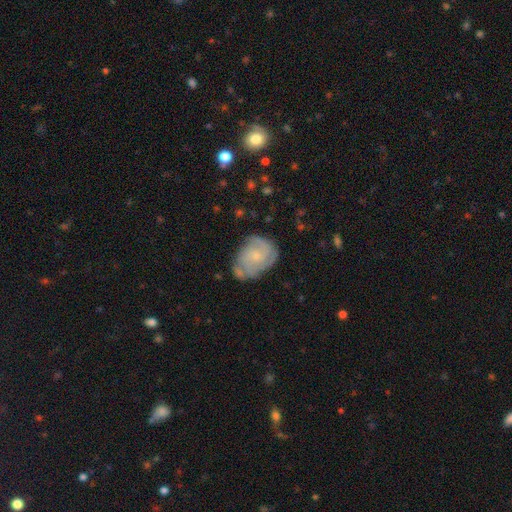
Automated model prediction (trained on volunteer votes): This is likely a featured or disk galaxy (69%). It is clearly not viewed edge-on (98%). Bar: likely no (76%). Spiral arm pattern: clearly yes (89%). Spiral arm count: marginally can't tell (31%). Spiral winding: possibly tight (54%). Central bulge: likely small (69%). Merging: possibly none (59%).